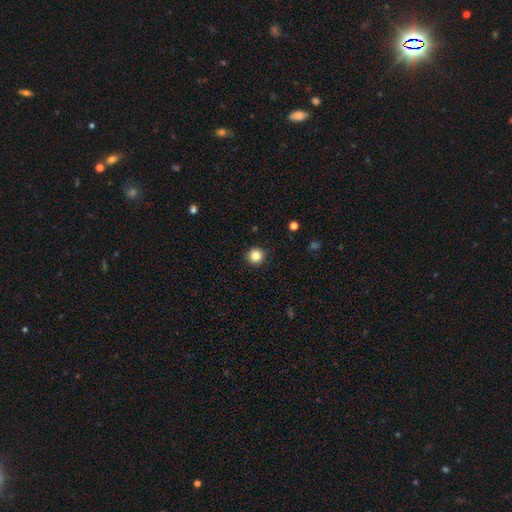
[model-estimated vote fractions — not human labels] Morphology: type=smooth (84%); roundness=round (95%); merging=none (92%).